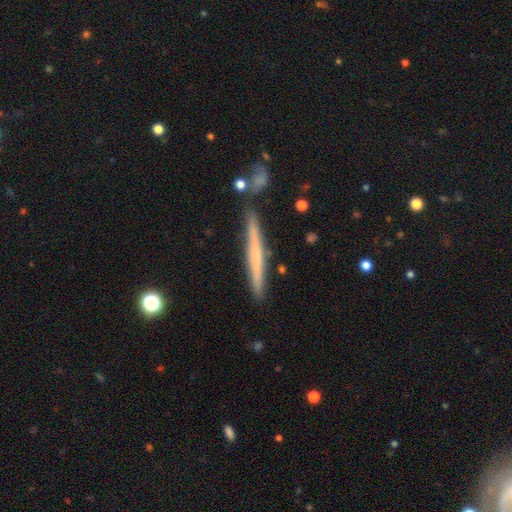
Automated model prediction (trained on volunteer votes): This is possibly a smooth galaxy (48%). Merging: clearly none (86%).